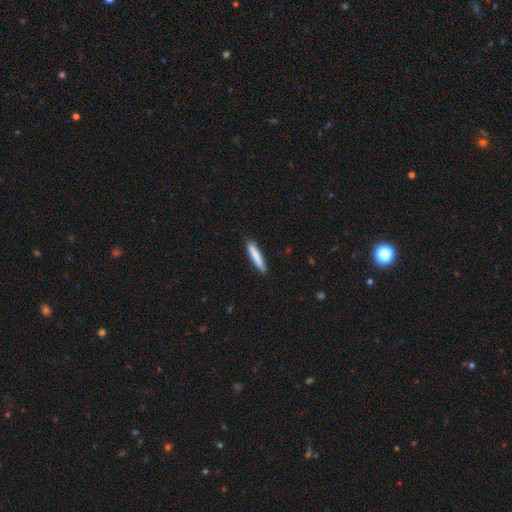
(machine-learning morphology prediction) The model was most divided on "smooth or featured": smooth: 81%, featured or disk: 13%, star or artifact: 6%. More confident: how rounded — cigar-shaped (91%); merging — none (89%).